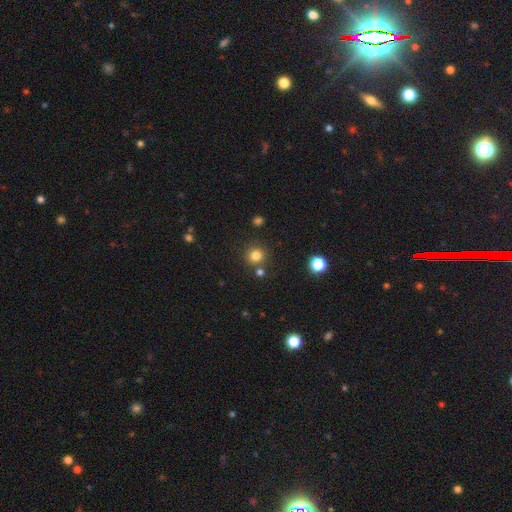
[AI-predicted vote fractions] Smooth or featured: smooth — 81% (star or artifact — 14%)
How rounded: round — 87% (in between — 12%)
Merging: none — 80% (merger — 9%)